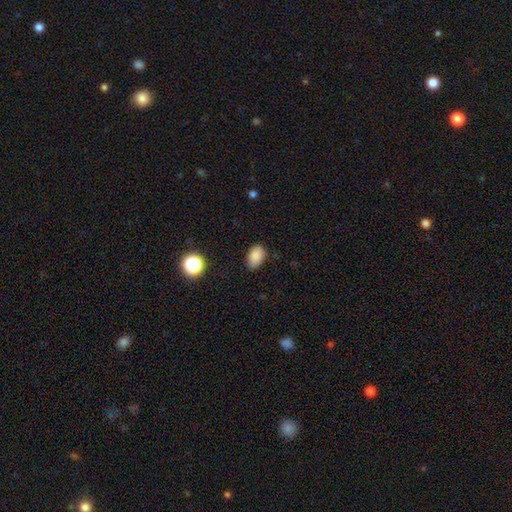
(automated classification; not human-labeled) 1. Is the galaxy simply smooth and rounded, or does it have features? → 85% smooth, 10% star or artifact, 5% featured or disk.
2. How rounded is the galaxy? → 85% in between, 14% round, 1% cigar-shaped.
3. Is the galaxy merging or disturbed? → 72% none, 23% minor disturbance, 4% major disturbance, 1% merger.